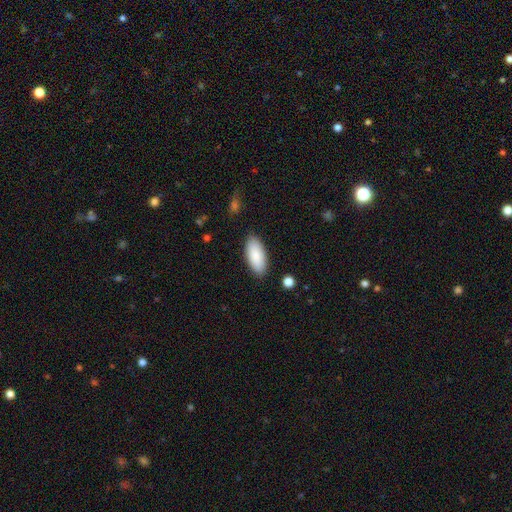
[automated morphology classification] This appears to be a smooth galaxy with no disk features (88%) that is in between round and cigar-shaped (87%). Merging: none (87%).